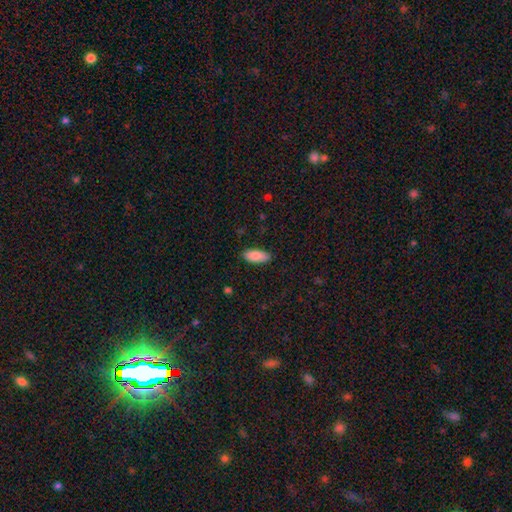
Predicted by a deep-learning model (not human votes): Smooth or featured: smooth — 88% (star or artifact — 6%)
How rounded: in between — 83% (cigar-shaped — 15%)
Merging: none — 85% (minor disturbance — 12%)